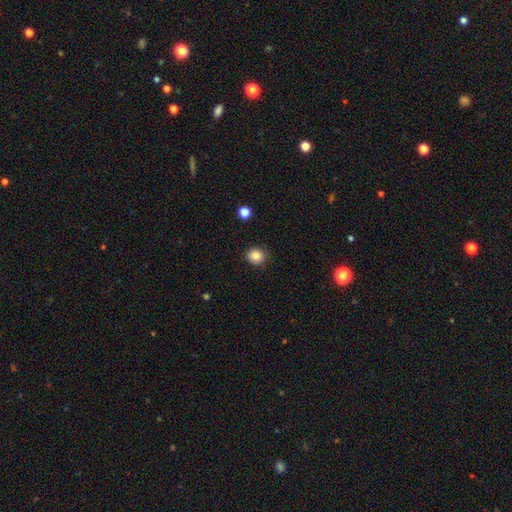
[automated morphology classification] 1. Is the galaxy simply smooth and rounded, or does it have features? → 85% smooth, 10% star or artifact, 5% featured or disk.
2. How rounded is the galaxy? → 86% round, 13% in between, 1% cigar-shaped.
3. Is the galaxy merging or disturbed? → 87% none, 9% minor disturbance, 2% major disturbance, 1% merger.